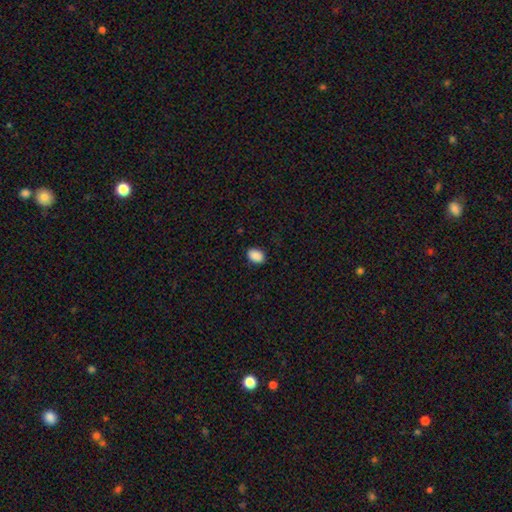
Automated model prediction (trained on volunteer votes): Morphology: type=smooth (90%); roundness=in between (83%); merging=none (88%).